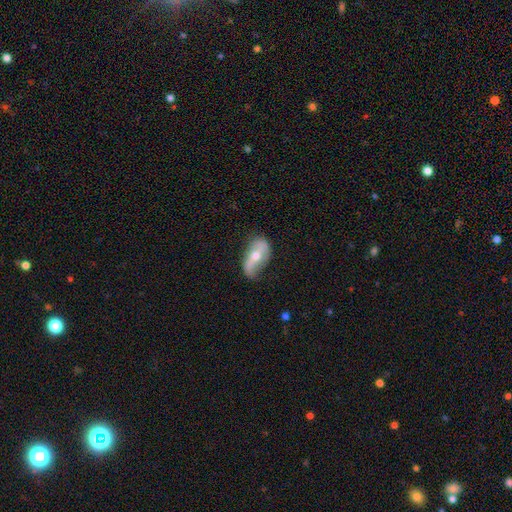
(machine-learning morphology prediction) Smooth or featured? Predicted: featured or disk (p=0.63). Edge-on disk? Predicted: no (p=0.86). Bar? Predicted: strong (p=0.41). Spiral arms? Predicted: yes (p=0.70). Bulge size? Predicted: moderate (p=0.57). Merging? Predicted: none (p=0.56).